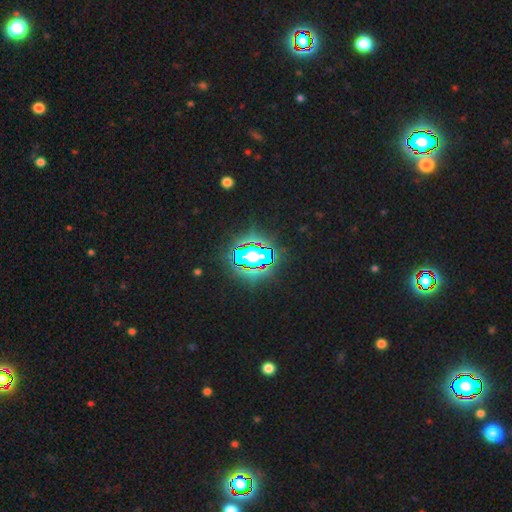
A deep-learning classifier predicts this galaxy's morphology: A star or artifact, not a galaxy (63%).